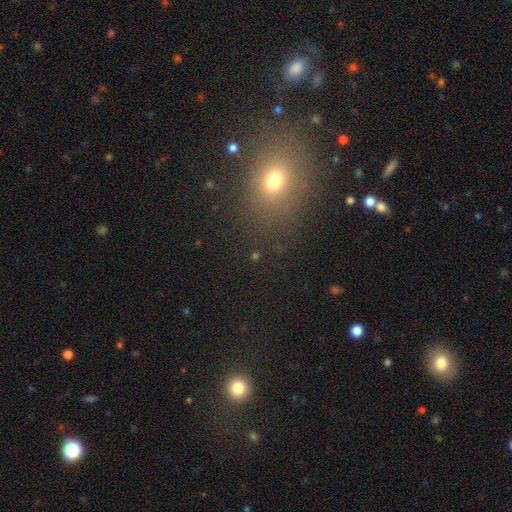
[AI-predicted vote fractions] This appears to be a smooth galaxy with no disk features (50%) that is round (63%). Merging: none (80%).